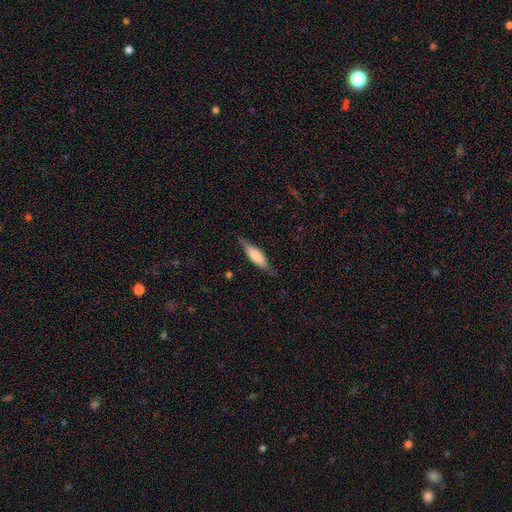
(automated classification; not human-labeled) Overall: smooth (60%; featured or disk 34%). How rounded: cigar-shaped (53%; in between 46%). Merging: none (77%).